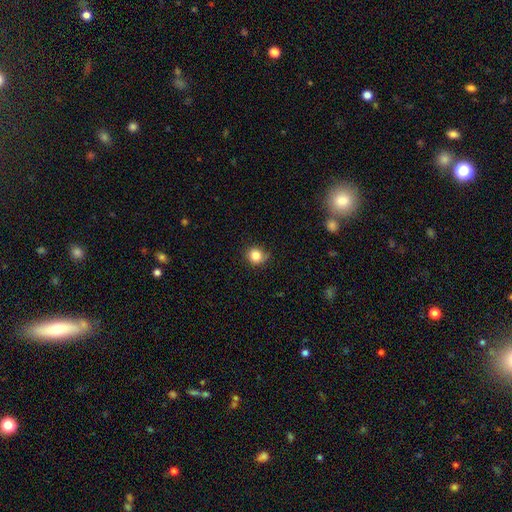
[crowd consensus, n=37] Smooth or featured: smooth — 92% (featured or disk — 5%)
How rounded: round — 88% (in between — 12%)
Merging: none — 78% (minor disturbance — 17%)